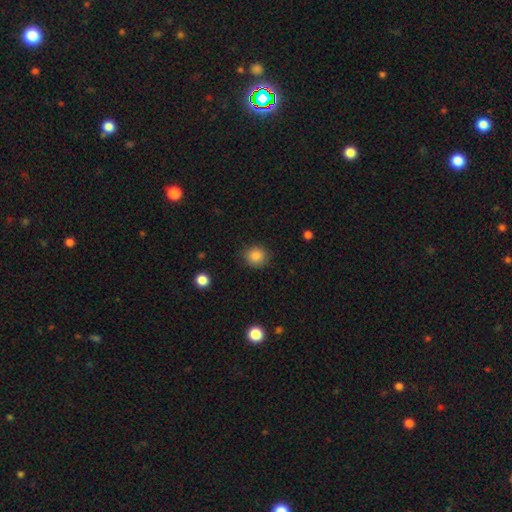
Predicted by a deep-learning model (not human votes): A smooth galaxy with no disk features (86%) that is round (87%). Merging: none (85%).